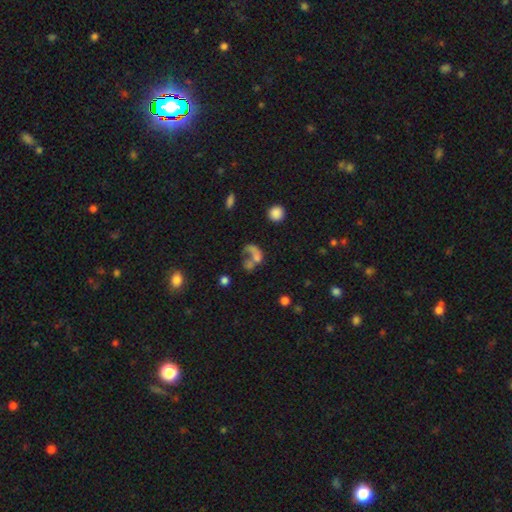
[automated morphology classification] type=smooth (46%); merging=merger (36%).